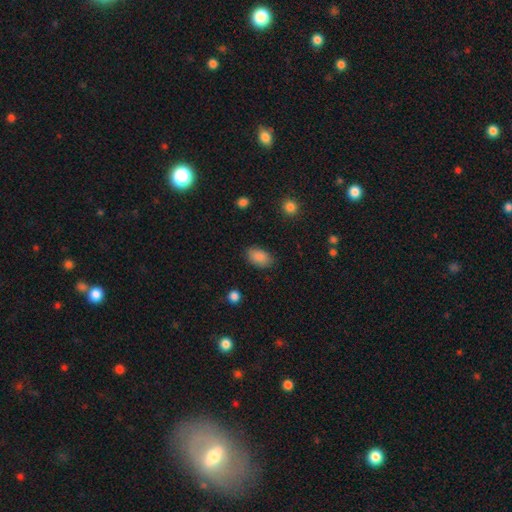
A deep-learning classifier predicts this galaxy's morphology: The model was most divided on "smooth or featured": smooth: 84%, star or artifact: 10%, featured or disk: 6%. More confident: how rounded — in between (89%); merging — none (86%).